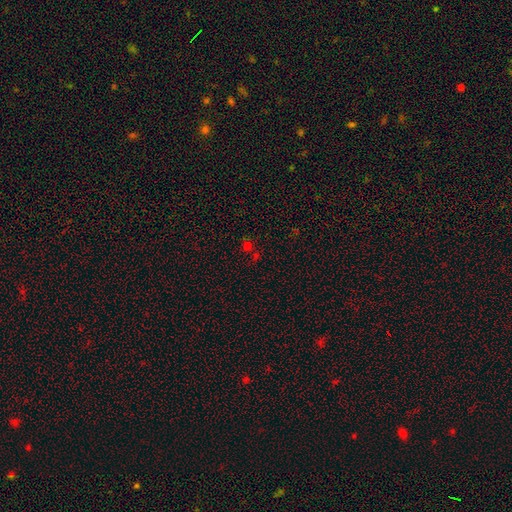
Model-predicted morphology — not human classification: smooth 46% (tied), star or artifact 46% (tied), featured or disk 8%. Down the decision tree: merging — none (57%).